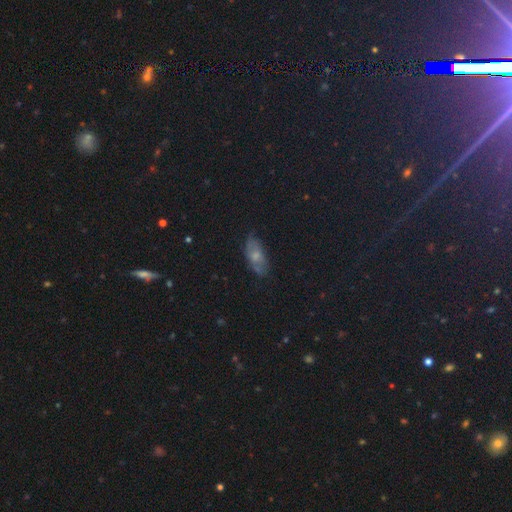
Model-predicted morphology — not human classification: smooth 56%, featured or disk 28%, star or artifact 15%. Down the decision tree: how rounded — in between (84%); merging — none (66%).